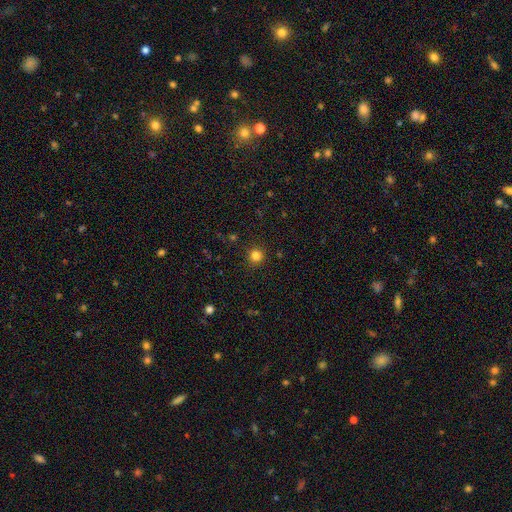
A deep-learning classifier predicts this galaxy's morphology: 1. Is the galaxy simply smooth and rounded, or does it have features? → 81% smooth, 15% star or artifact, 4% featured or disk.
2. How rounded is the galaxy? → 94% round, 5% in between, 1% cigar-shaped.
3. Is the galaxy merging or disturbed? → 91% none, 6% minor disturbance, 2% major disturbance, 1% merger.